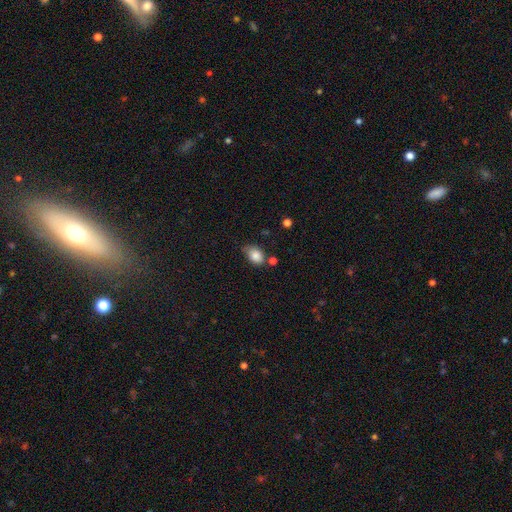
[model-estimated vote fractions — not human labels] This is clearly a smooth galaxy (84%). How rounded: clearly in between (81%). Merging: possibly none (55%).